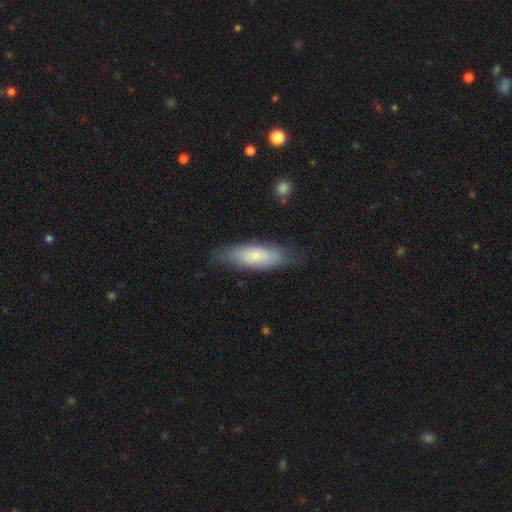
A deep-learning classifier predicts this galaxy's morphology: Overall: smooth (69%). How rounded: in between (61%; cigar-shaped 37%). Merging: none (74%).